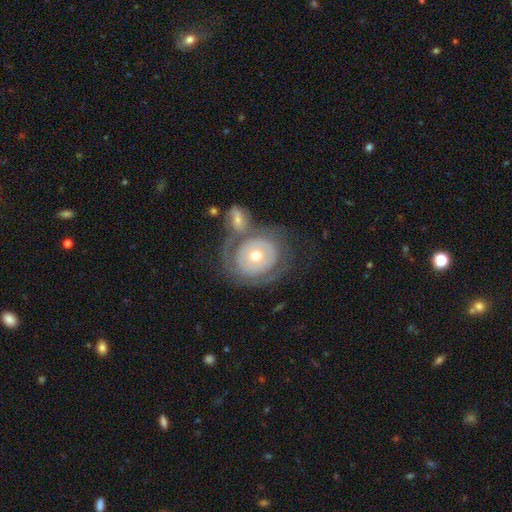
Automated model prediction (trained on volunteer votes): Smooth or featured?
  - featured or disk: 65% *
  - smooth: 29%
  - star or artifact: 6%
Edge-on disk?
  - no: 96% *
  - yes: 4%
Bar?
  - no: 86% *
  - weak: 10%
  - strong: 3%
Spiral arms?
  - yes: 56% *
  - no: 44%
Bulge size?
  - moderate: 50% *
  - small: 45%
  - large: 3%
  - dominant: 1%
  - none: 1%
Merging?
  - none: 39% *
  - merger: 33%
  - major disturbance: 14%
  - minor disturbance: 14%